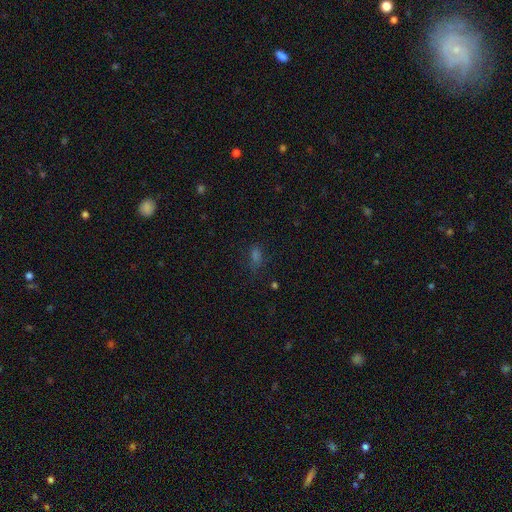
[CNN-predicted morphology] smooth_or_featured: smooth (p=0.55) [alt: star or artifact p=0.34]
how_rounded: in between (p=0.75) [alt: round p=0.17]
merging: none (p=0.69) [alt: minor disturbance p=0.18]